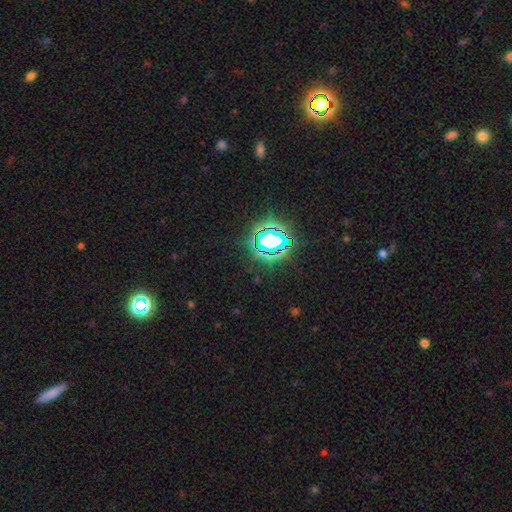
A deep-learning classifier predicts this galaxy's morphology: star or artifact 80%, smooth 13%, featured or disk 7%.